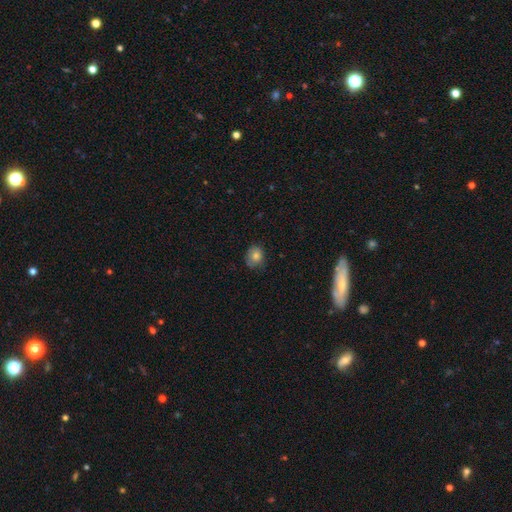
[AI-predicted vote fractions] A smooth galaxy with no disk features (79%) that is round (63%).

Vote fractions:
- Smooth or featured? smooth: 79% / featured or disk: 11% / star or artifact: 10%
- How rounded? round: 63% / in between: 37% / cigar-shaped: 1%
- Merging? none: 72% / minor disturbance: 23% / major disturbance: 4% / merger: 1%